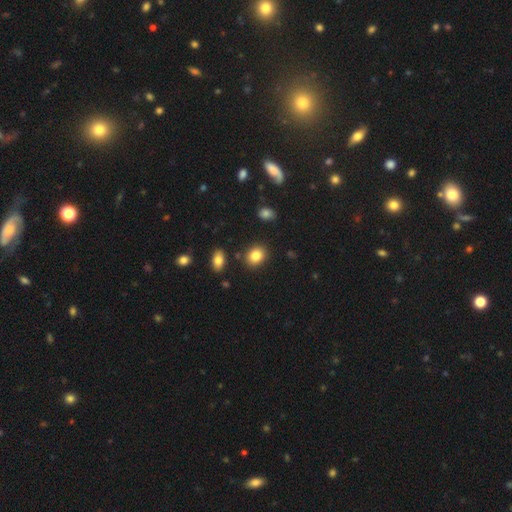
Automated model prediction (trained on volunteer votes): smooth 85%, star or artifact 9%, featured or disk 6%. Down the decision tree: how rounded — round (57%); merging — none (86%).